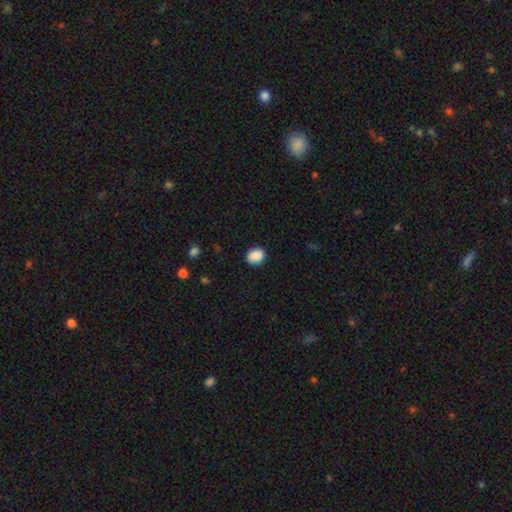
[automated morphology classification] Smooth or featured?
  - smooth: 89% *
  - star or artifact: 8%
  - featured or disk: 3%
How rounded?
  - in between: 55% *
  - round: 44%
  - cigar-shaped: 1%
Merging?
  - none: 86% *
  - minor disturbance: 10%
  - major disturbance: 2%
  - merger: 1%